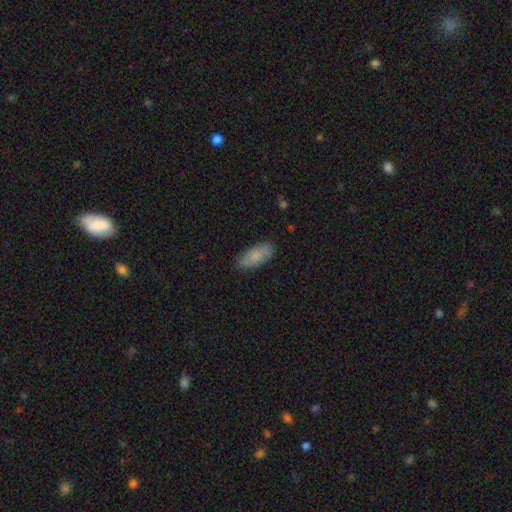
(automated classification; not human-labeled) A smooth galaxy with no disk features (79%) that is in between round and cigar-shaped (79%).

Vote fractions:
- Smooth or featured? smooth: 79% / featured or disk: 15% / star or artifact: 6%
- How rounded? in between: 79% / cigar-shaped: 19% / round: 2%
- Merging? none: 82% / minor disturbance: 14% / major disturbance: 3% / merger: 1%